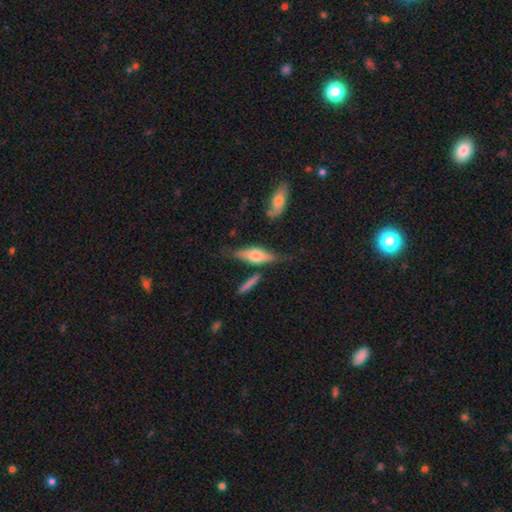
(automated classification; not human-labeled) This is possibly a featured or disk galaxy (51%). It is clearly viewed edge-on (86%). Merging: likely none (63%).